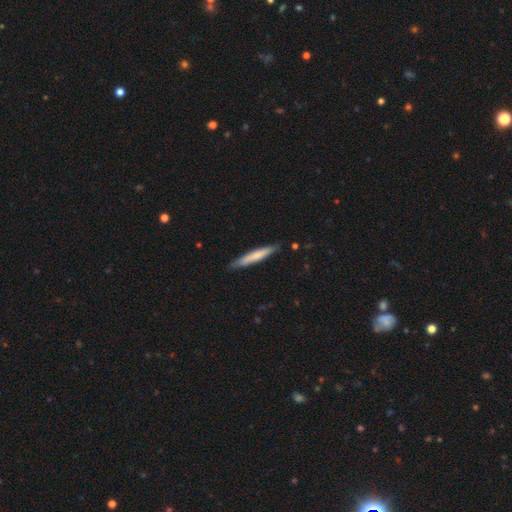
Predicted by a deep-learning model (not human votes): Smooth or featured? smooth (67%)
How rounded? cigar-shaped (95%)
Merging? none (85%)